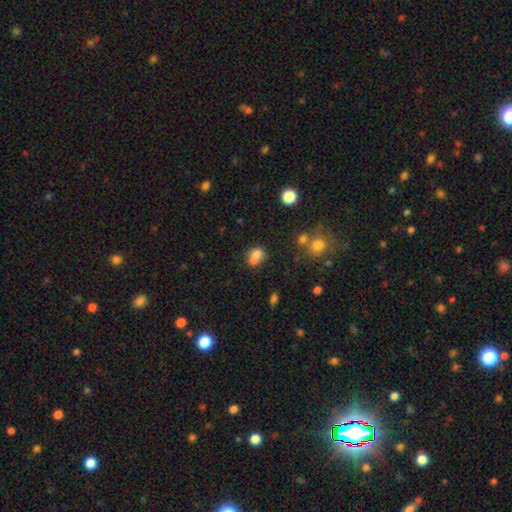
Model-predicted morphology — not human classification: type=smooth (77%); roundness=round (50%); merging=none (43%).